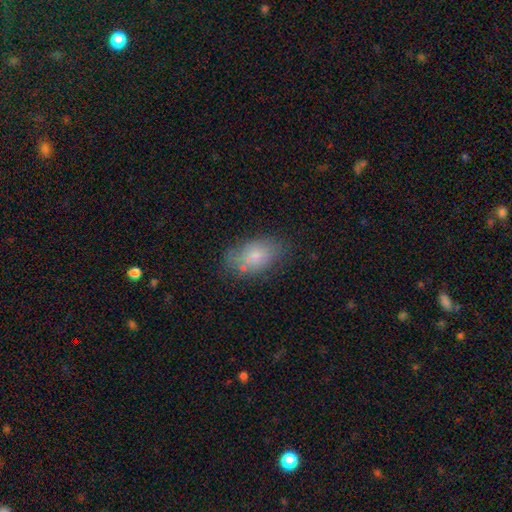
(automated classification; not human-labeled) smooth_or_featured: smooth (p=0.73) [alt: featured or disk p=0.18]
how_rounded: in between (p=0.90) [alt: round p=0.08]
merging: none (p=0.68) [alt: minor disturbance p=0.21]